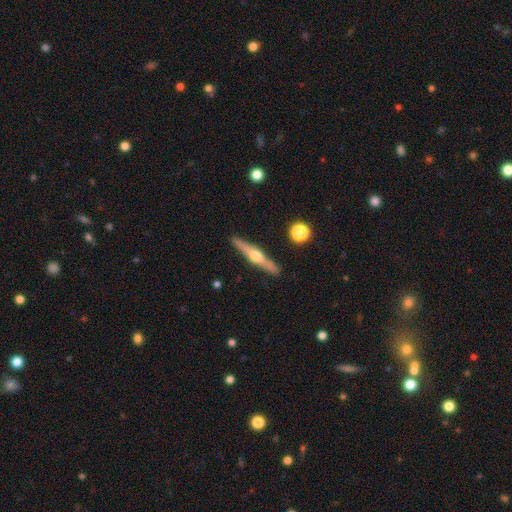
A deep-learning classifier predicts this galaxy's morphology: The model was most divided on "smooth or featured": featured or disk: 76%, smooth: 19%, star or artifact: 5%. More confident: edge-on disk — yes (98%); edge-on bulge — rounded (95%); merging — none (91%).